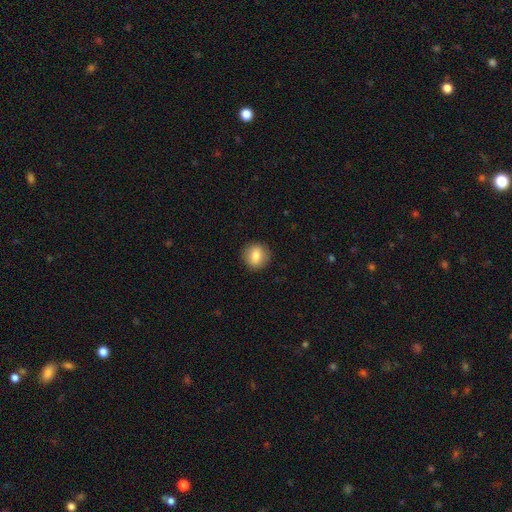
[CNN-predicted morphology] smooth-or-featured: smooth: 80% | featured or disk: 11% | star or artifact: 8%
  how-rounded: round: 83% | in between: 16% | cigar-shaped: 1%
  merging: none: 90% | minor disturbance: 7% | major disturbance: 2% | merger: 1%